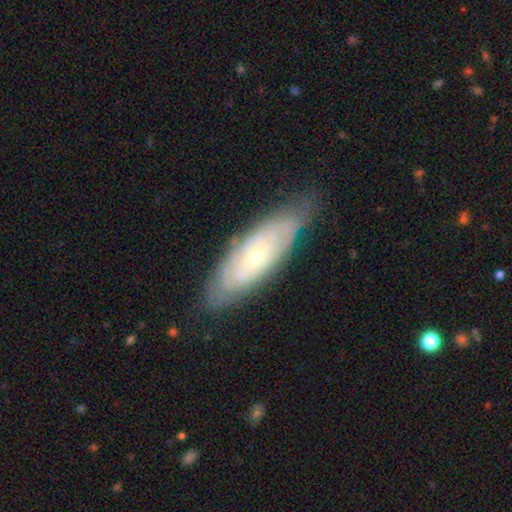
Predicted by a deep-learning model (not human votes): Overall: featured or disk (71%). Edge-on disk: no (83%). Bar: no (75%). Spiral arms: yes (77%). Bulge size: small (66%; moderate 31%). Merging: none (73%).